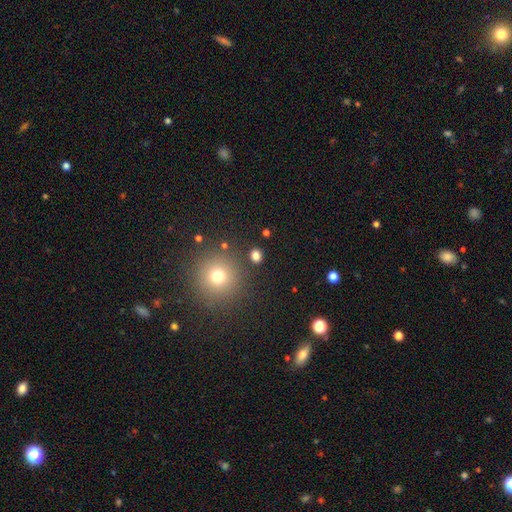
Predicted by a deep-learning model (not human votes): smooth_or_featured: smooth (p=0.77) [alt: star or artifact p=0.18]
how_rounded: round (p=0.74) [alt: in between p=0.25]
merging: none (p=0.86) [alt: minor disturbance p=0.07]